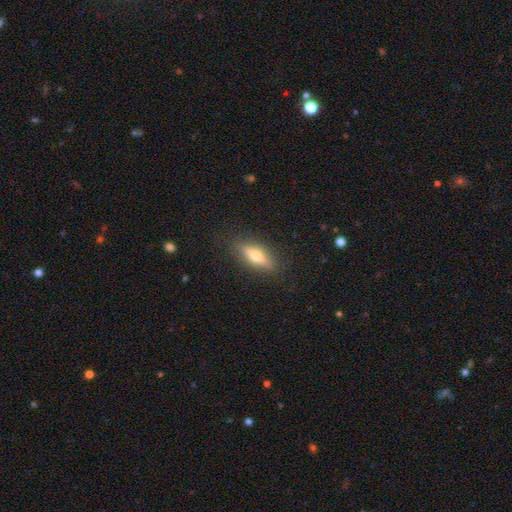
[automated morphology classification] This appears to be a smooth galaxy with no disk features (47%). Merging: none (87%).